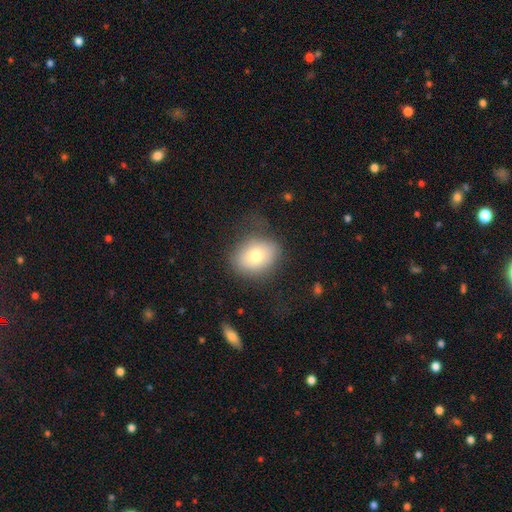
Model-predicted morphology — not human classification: smooth 74%, featured or disk 17%, star or artifact 9%. Down the decision tree: how rounded — in between (55%); merging — none (66%).